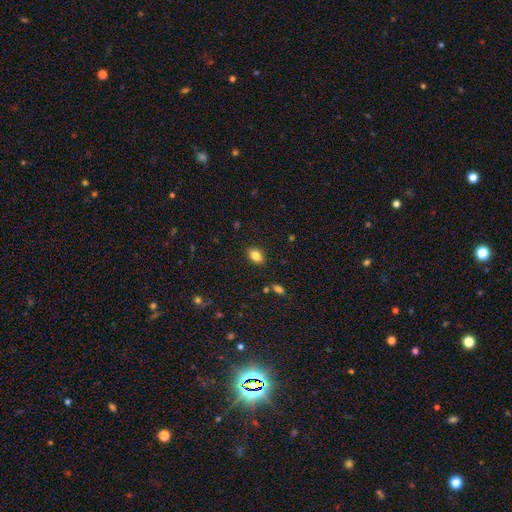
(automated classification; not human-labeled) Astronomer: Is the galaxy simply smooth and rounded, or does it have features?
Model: smooth — 84%.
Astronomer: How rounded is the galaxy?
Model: in between — 79%.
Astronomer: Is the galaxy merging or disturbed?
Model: none — 87%.